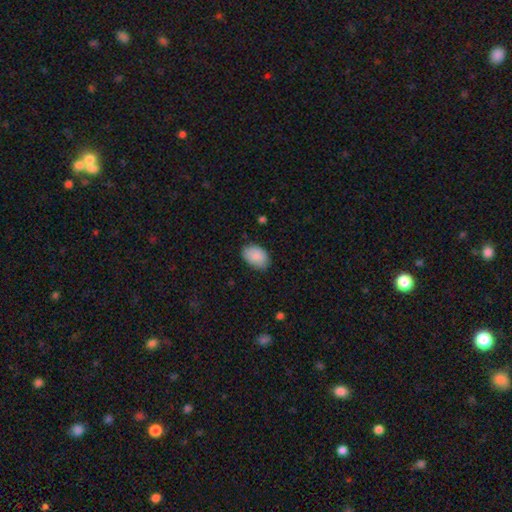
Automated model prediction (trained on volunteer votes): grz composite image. It shows a smooth galaxy with no disk features (89%) that is in between round and cigar-shaped (84%). Merging: none (78%).